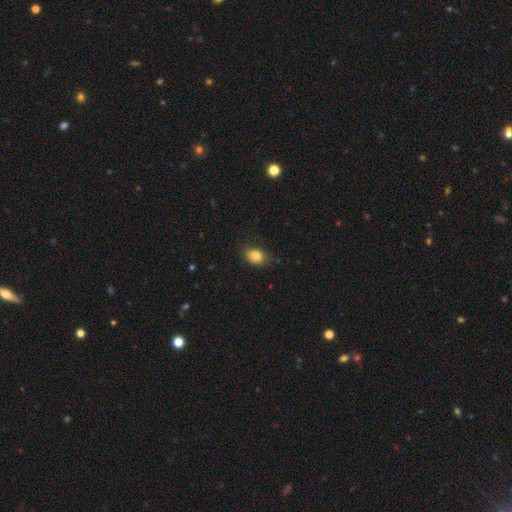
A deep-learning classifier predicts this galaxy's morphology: The model was most divided on "how rounded": in between: 70%, round: 29%, cigar-shaped: 1%. More confident: smooth or featured — smooth (83%); merging — none (80%).